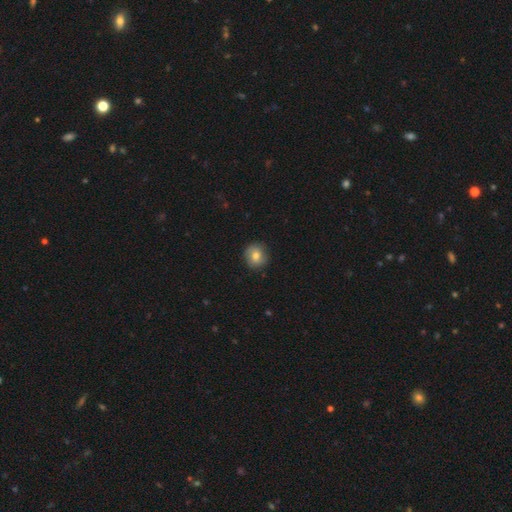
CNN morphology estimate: A smooth galaxy with no disk features (75%) that is round (89%).

Vote fractions:
- Smooth or featured? smooth: 75% / featured or disk: 15% / star or artifact: 9%
- How rounded? round: 89% / in between: 10% / cigar-shaped: 1%
- Merging? none: 86% / minor disturbance: 11% / major disturbance: 2% / merger: 1%